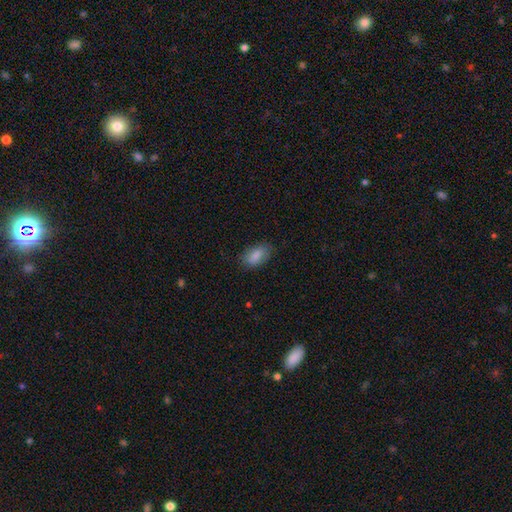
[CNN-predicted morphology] Overall: smooth (86%). How rounded: in between (92%). Merging: none (80%).